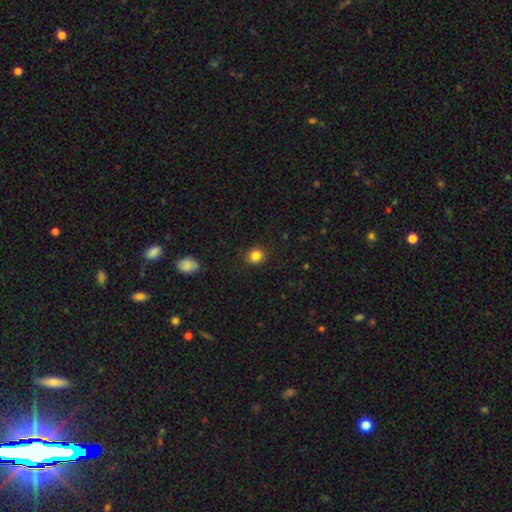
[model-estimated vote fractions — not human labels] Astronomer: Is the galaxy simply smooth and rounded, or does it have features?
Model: smooth — 84%.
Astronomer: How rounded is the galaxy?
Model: round — 84%.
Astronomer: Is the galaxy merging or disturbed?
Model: none — 89%.